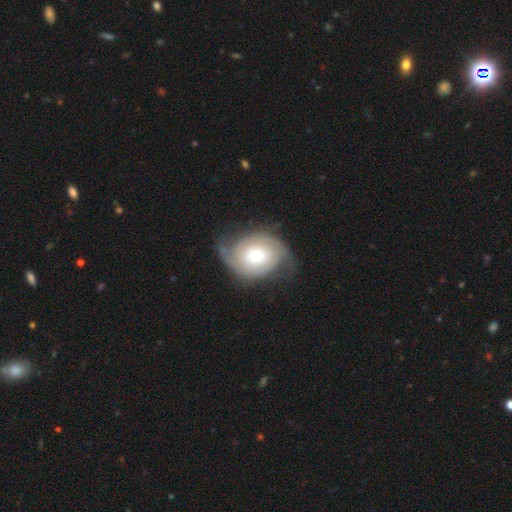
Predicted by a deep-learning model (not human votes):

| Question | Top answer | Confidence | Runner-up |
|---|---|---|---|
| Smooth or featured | featured or disk | 72% | smooth (22%) |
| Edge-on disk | no | 97% | yes (3%) |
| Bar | no | 76% | weak (20%) |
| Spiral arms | yes | 90% | no (10%) |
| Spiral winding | tight | 50% | medium (33%) |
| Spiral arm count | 2 | 74% | can't tell (14%) |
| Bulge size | moderate | 51% | small (33%) |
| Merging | none | 59% | minor disturbance (26%) |